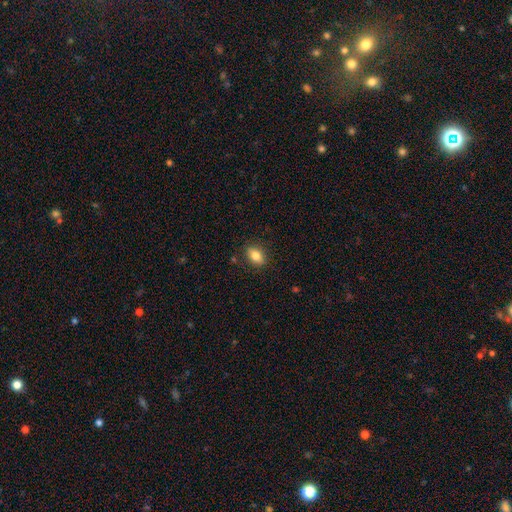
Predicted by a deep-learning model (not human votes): Smooth or featured? smooth (83%)
How rounded? in between (83%)
Merging? none (86%)